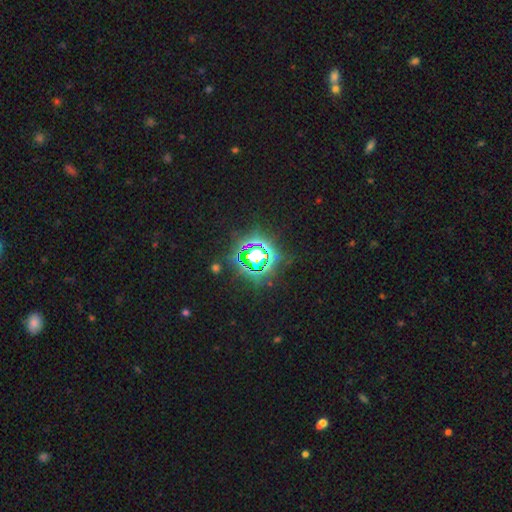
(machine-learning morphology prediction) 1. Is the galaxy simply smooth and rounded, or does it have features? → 76% star or artifact, 13% smooth, 11% featured or disk.